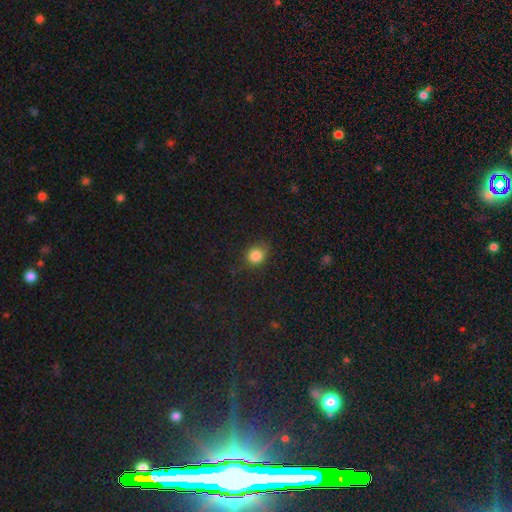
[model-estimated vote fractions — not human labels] Smooth or featured? Predicted: smooth (p=0.84). How rounded? Predicted: round (p=0.70). Merging? Predicted: none (p=0.75).